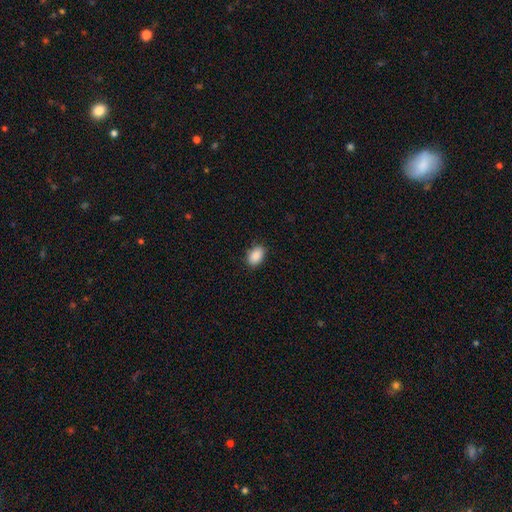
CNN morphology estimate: Smooth or featured: smooth — 89% (star or artifact — 7%)
How rounded: in between — 87% (round — 11%)
Merging: none — 86% (minor disturbance — 11%)